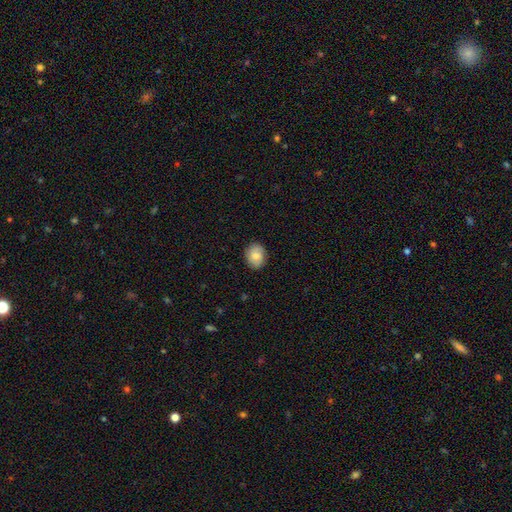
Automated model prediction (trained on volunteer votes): Smooth or featured? Predicted: smooth (p=0.73). How rounded? Predicted: round (p=0.56). Merging? Predicted: none (p=0.86).